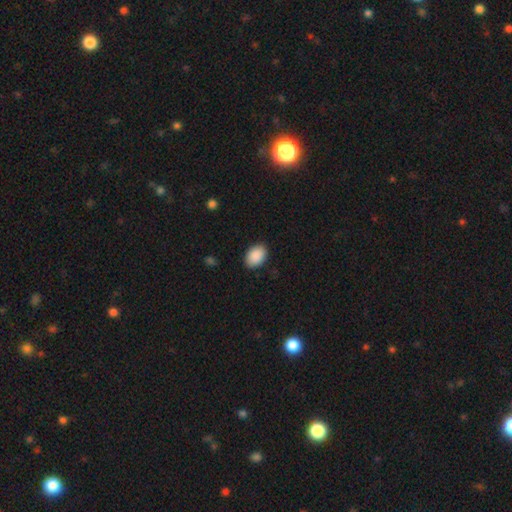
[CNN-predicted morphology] smooth 91%, star or artifact 6%, featured or disk 3%. Down the decision tree: how rounded — in between (86%); merging — none (88%).